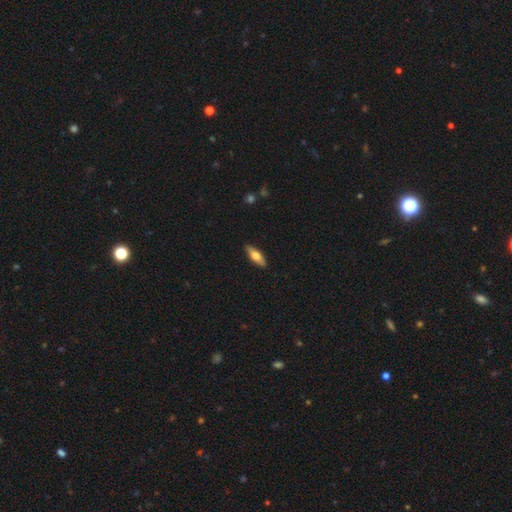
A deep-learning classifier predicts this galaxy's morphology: Smooth or featured? Predicted: smooth (p=0.64). How rounded? Predicted: in between (p=0.58). Merging? Predicted: none (p=0.89).